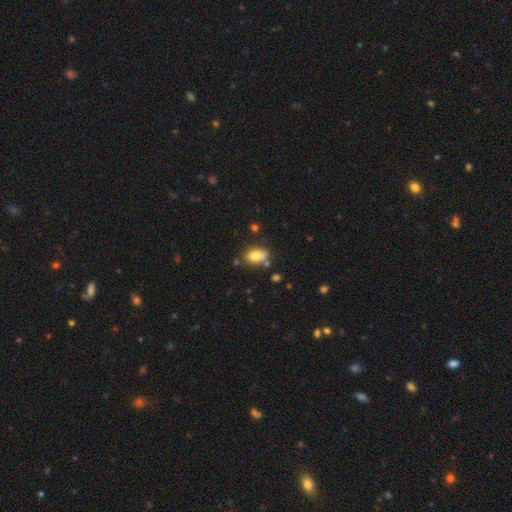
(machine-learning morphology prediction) A smooth galaxy with no disk features (78%) that is in between round and cigar-shaped (83%).

Vote fractions:
- Smooth or featured? smooth: 78% / featured or disk: 13% / star or artifact: 9%
- How rounded? in between: 83% / round: 15% / cigar-shaped: 2%
- Merging? none: 60% / minor disturbance: 19% / merger: 16% / major disturbance: 5%